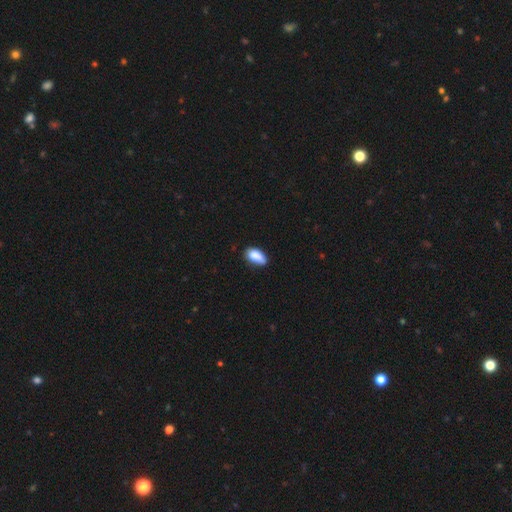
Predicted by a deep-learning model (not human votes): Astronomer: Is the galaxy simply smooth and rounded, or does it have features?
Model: smooth — 83%.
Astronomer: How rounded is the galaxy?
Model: in between — 91%.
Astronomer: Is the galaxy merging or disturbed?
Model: none — 55% (runner-up: minor disturbance, 33%).